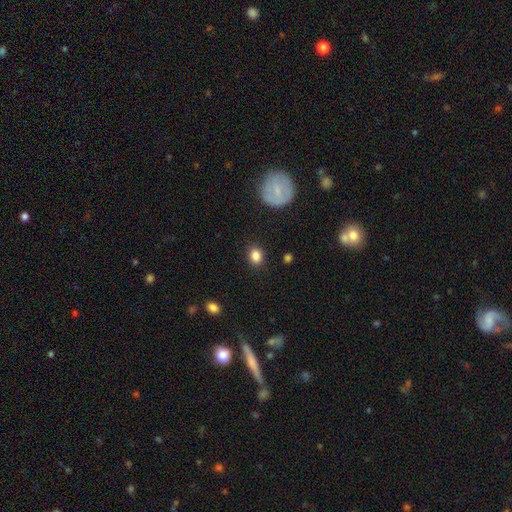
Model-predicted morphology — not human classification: The model was most divided on "how rounded": round: 54%, in between: 45%, cigar-shaped: 1%. More confident: merging — none (86%); smooth or featured — smooth (86%).